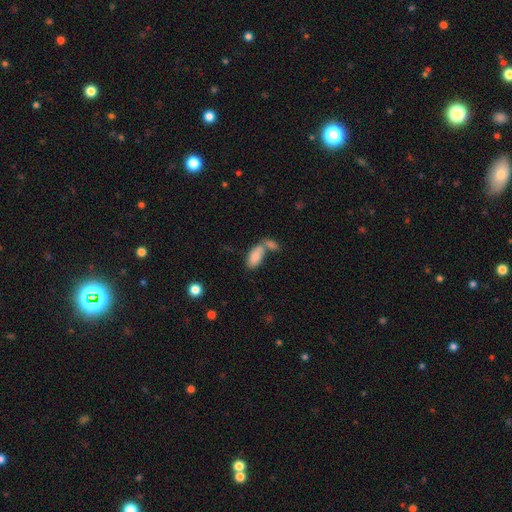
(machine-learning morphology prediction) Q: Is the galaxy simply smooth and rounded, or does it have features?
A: smooth — 83%.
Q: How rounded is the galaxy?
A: in between — 92%.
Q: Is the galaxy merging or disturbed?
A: merger — 47%.